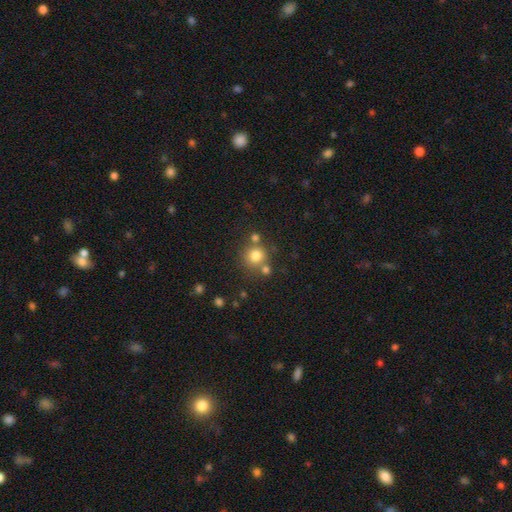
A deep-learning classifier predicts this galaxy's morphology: type=smooth (78%); roundness=round (92%); merging=none (69%).